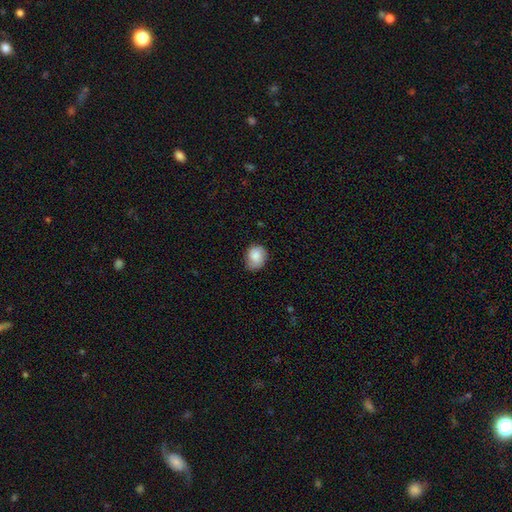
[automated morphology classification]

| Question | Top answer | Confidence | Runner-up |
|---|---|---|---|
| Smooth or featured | smooth | 82% | featured or disk (11%) |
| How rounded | round | 57% | in between (42%) |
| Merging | none | 61% | minor disturbance (31%) |